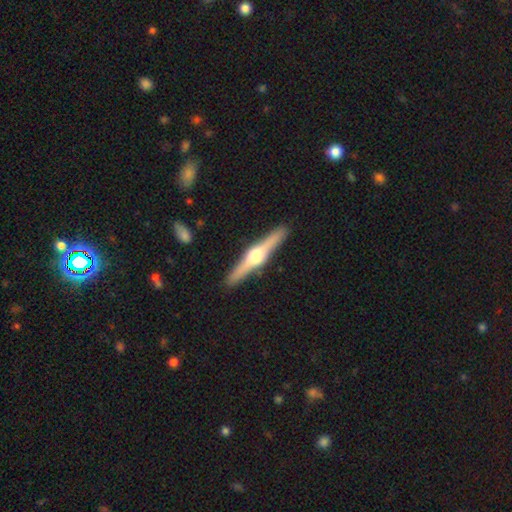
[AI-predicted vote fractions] This appears to be a featured or disk galaxy (78%) viewed edge-on (98%) with a rounded central bulge (94%). Merging: none (91%).